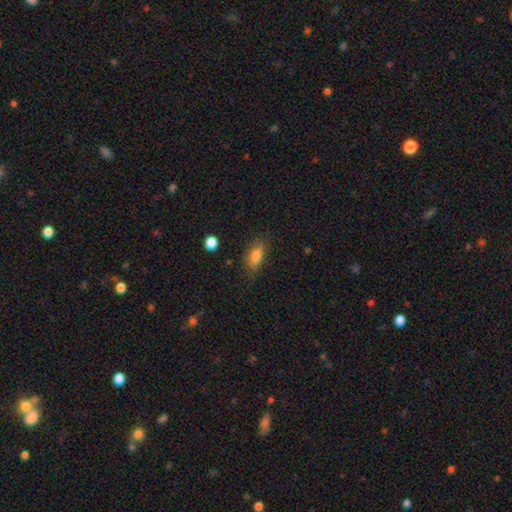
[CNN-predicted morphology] type=smooth (81%); roundness=in between (83%); merging=none (76%).